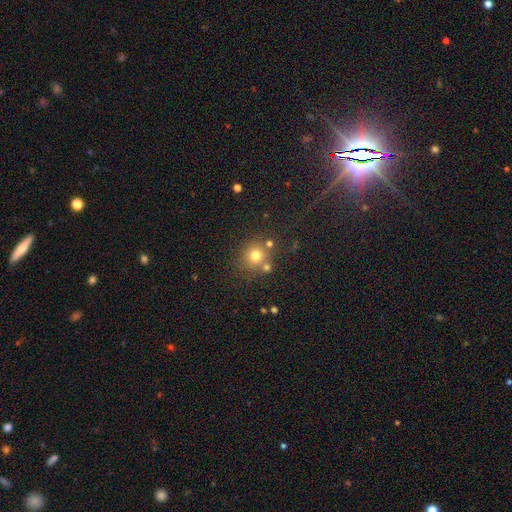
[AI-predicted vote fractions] Smooth or featured? Predicted: smooth (p=0.75). How rounded? Predicted: round (p=0.89). Merging? Predicted: none (p=0.71).